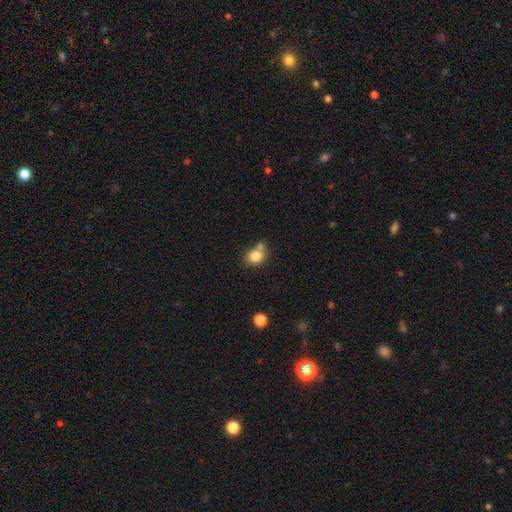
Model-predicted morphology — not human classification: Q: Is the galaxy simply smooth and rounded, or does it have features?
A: smooth — 82%.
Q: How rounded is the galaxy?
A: round — 63%.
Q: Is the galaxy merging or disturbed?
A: none — 47%.